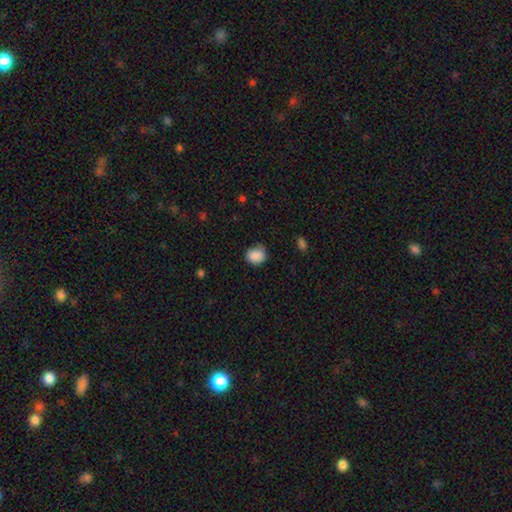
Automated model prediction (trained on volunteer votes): A smooth galaxy with no disk features (88%) that is round (59%). Merging: none (69%).